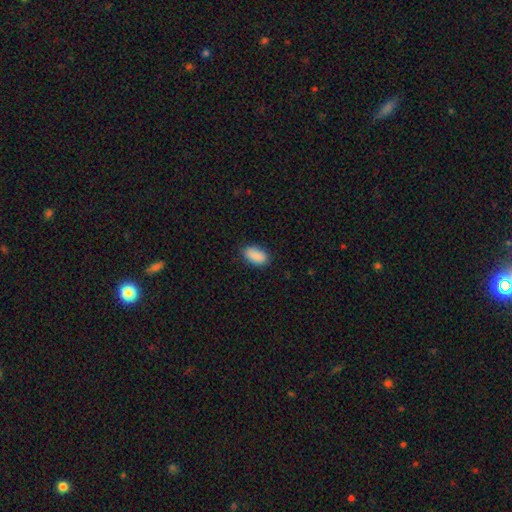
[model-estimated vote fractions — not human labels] smooth-or-featured: smooth: 89% | star or artifact: 7% | featured or disk: 4%
  how-rounded: in between: 93% | round: 4% | cigar-shaped: 3%
  merging: none: 81% | minor disturbance: 15% | major disturbance: 3% | merger: 1%